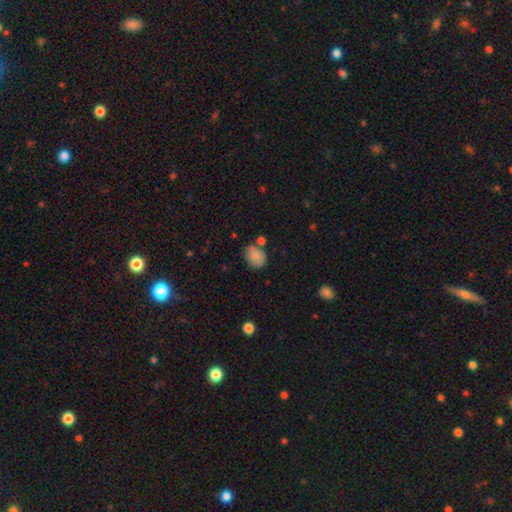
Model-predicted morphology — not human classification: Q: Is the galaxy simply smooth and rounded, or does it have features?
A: smooth — 84%.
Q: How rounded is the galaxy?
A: in between — 53%.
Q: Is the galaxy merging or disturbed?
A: none — 60%.